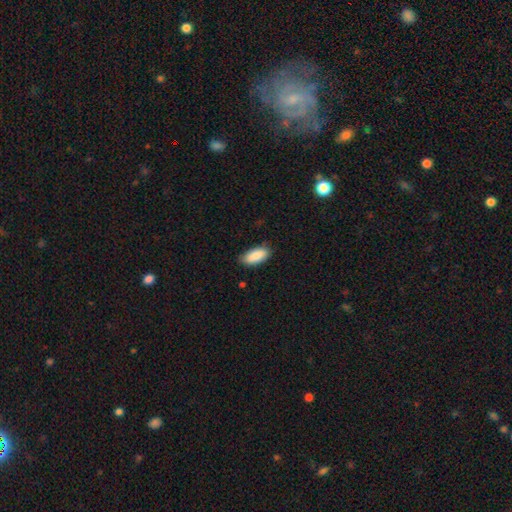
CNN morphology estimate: type=smooth (88%); roundness=in between (90%); merging=none (83%).